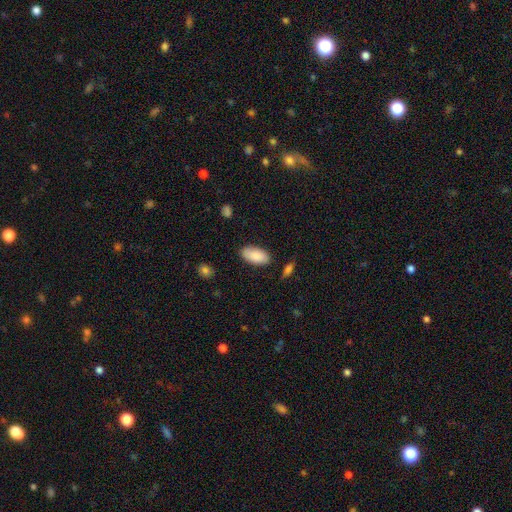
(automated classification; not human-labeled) A smooth galaxy with no disk features (85%) that is in between round and cigar-shaped (94%). Merging: none (82%).